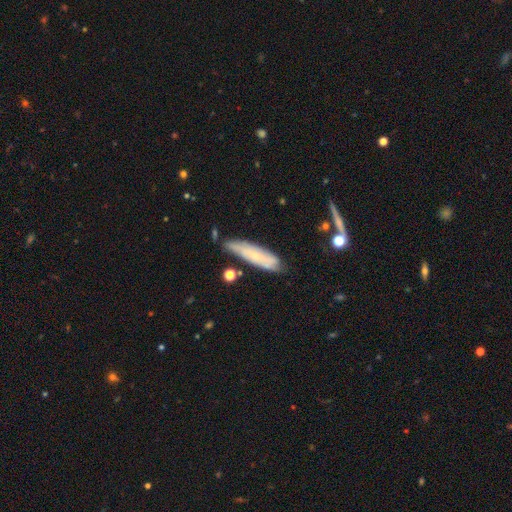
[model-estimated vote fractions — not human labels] A smooth galaxy with no disk features (50%) that is cigar-shaped (71%).

Vote fractions:
- Smooth or featured? smooth: 50% / featured or disk: 42% / star or artifact: 8%
- How rounded? cigar-shaped: 71% / in between: 28% / round: 2%
- Merging? none: 67% / minor disturbance: 23% / merger: 5% / major disturbance: 5%